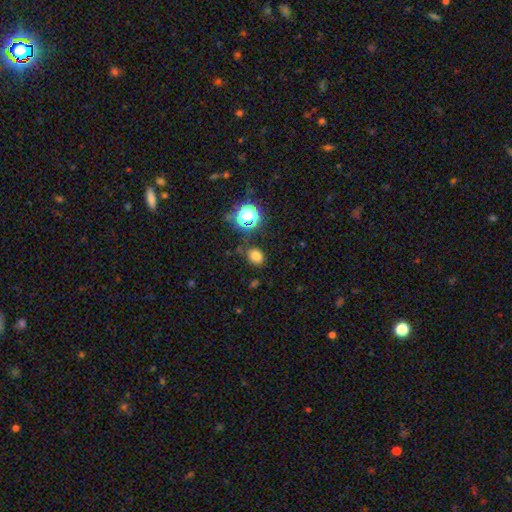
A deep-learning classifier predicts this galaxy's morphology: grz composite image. It shows a smooth galaxy with no disk features (75%) that is in between round and cigar-shaped (51%). Merging: none (78%).